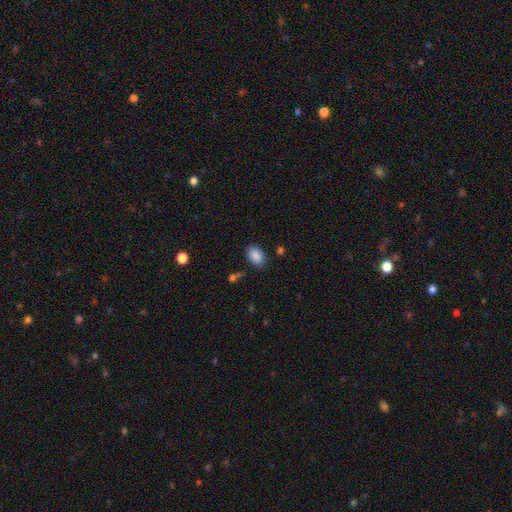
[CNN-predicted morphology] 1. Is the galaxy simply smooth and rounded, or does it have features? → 88% smooth, 8% star or artifact, 4% featured or disk.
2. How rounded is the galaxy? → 85% in between, 14% round, 1% cigar-shaped.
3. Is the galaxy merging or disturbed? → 83% none, 12% minor disturbance, 3% major disturbance, 2% merger.